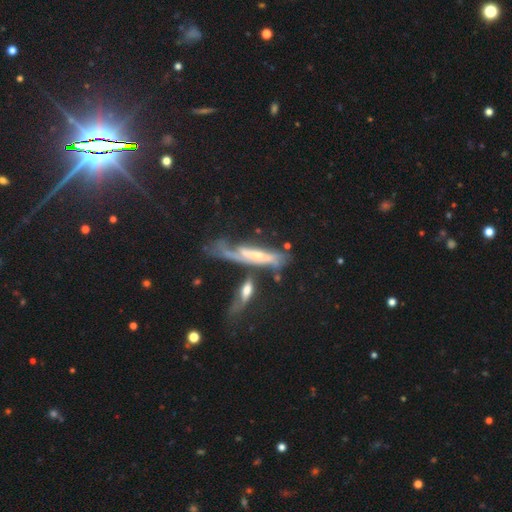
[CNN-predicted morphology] smooth-or-featured: featured or disk: 68% | smooth: 23% | star or artifact: 8%
  disk-edge-on: yes: 53% | no: 47%
  merging: merger: 30% (tied) | none: 30% (tied) | major disturbance: 21% | minor disturbance: 18%